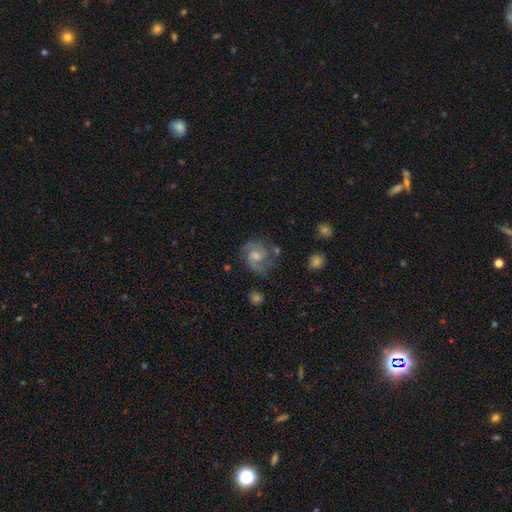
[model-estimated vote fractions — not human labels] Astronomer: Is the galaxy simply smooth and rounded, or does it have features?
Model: featured or disk — 78%.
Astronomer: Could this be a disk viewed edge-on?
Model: no — 98%.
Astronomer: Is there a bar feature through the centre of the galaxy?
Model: no — 49% (runner-up: weak, 44%).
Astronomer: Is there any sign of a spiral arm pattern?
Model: yes — 95%.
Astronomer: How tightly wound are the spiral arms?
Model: medium — 53% (runner-up: tight, 32%).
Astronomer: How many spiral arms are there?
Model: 2 — 72%.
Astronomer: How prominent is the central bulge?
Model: moderate — 51% (runner-up: small, 33%).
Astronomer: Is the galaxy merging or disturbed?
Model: none — 73%.